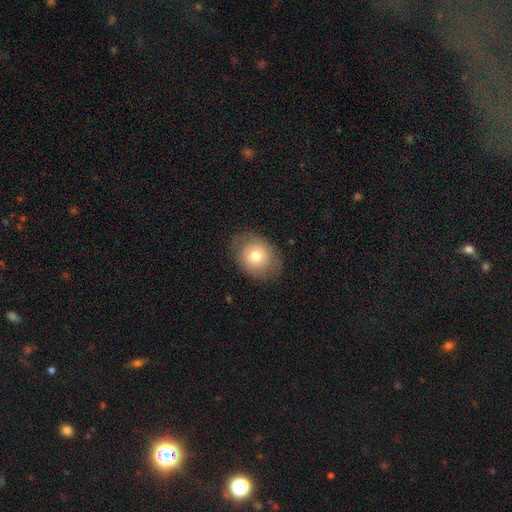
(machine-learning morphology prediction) Smooth or featured? smooth (67%)
How rounded? in between (51%)
Merging? none (79%)